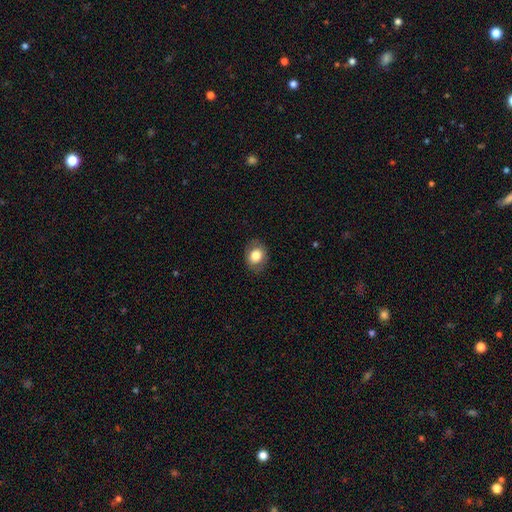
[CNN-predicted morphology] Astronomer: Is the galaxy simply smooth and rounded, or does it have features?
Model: smooth — 77%.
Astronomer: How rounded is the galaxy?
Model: in between — 58% (runner-up: round, 42%).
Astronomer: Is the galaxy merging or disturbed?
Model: none — 83%.